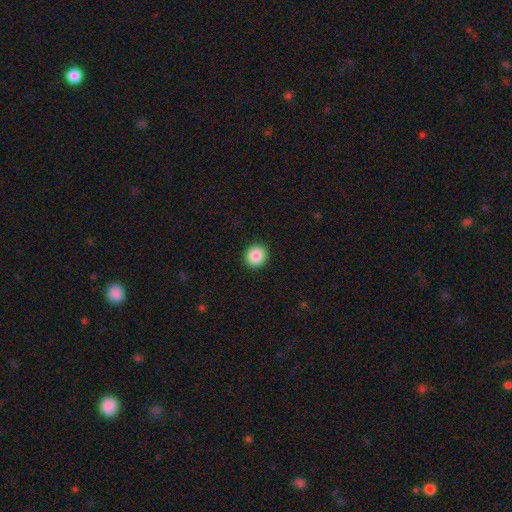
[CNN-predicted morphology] smooth-or-featured: smooth: 88% | star or artifact: 9% | featured or disk: 4%
  how-rounded: round: 90% | in between: 9% | cigar-shaped: 1%
  merging: none: 93% | minor disturbance: 5% | major disturbance: 2% | merger: 1%